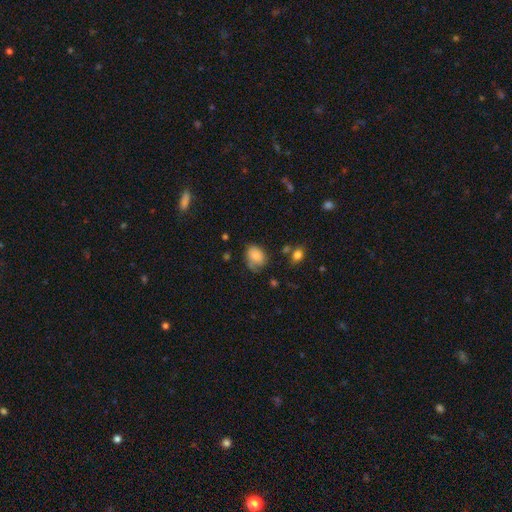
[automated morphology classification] This is likely a smooth galaxy (79%). How rounded: likely in between (63%). Merging: possibly none (53%).